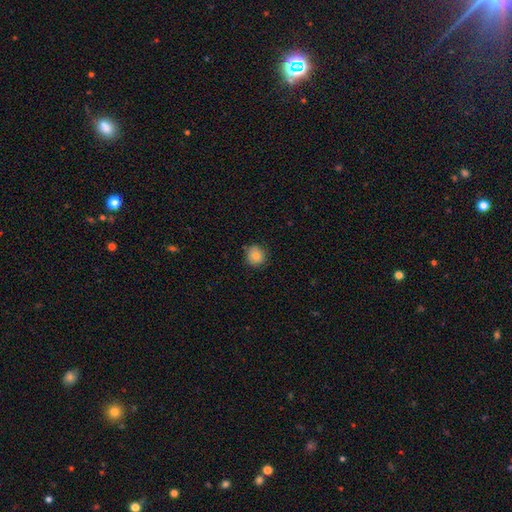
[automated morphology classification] The model was most divided on "merging": none: 82%, minor disturbance: 14%, major disturbance: 3%, merger: 2%. More confident: how rounded — round (92%); smooth or featured — smooth (81%).